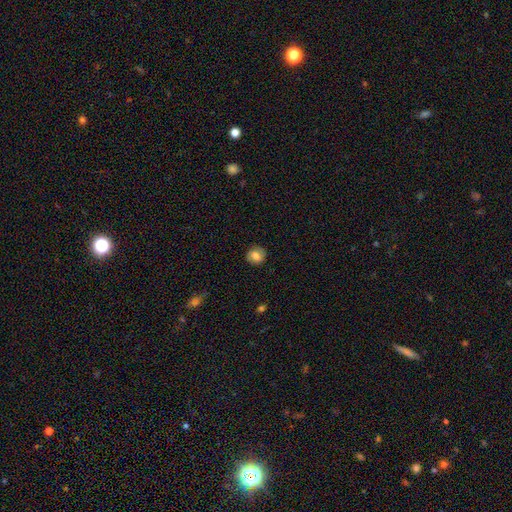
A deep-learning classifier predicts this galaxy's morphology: Smooth or featured? Predicted: smooth (p=0.73). How rounded? Predicted: round (p=0.83). Merging? Predicted: none (p=0.85).